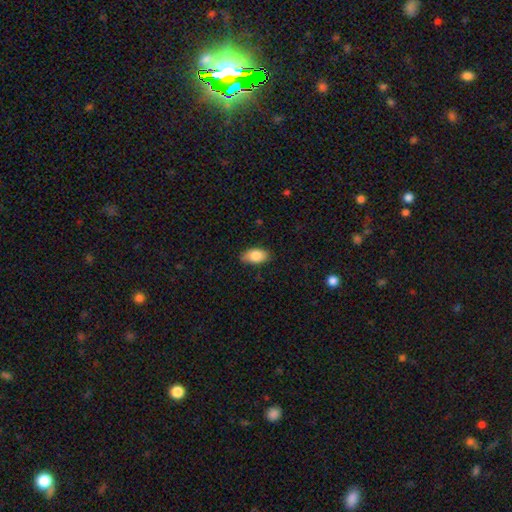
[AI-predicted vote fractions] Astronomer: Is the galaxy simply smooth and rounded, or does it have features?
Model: smooth — 84%.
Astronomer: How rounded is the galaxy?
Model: in between — 93%.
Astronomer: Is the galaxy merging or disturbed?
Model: none — 84%.